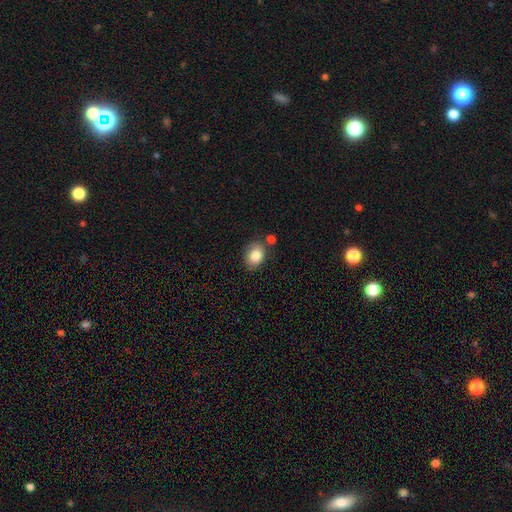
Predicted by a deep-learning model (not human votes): Smooth or featured? Predicted: smooth (p=0.83). How rounded? Predicted: in between (p=0.62). Merging? Predicted: none (p=0.72).